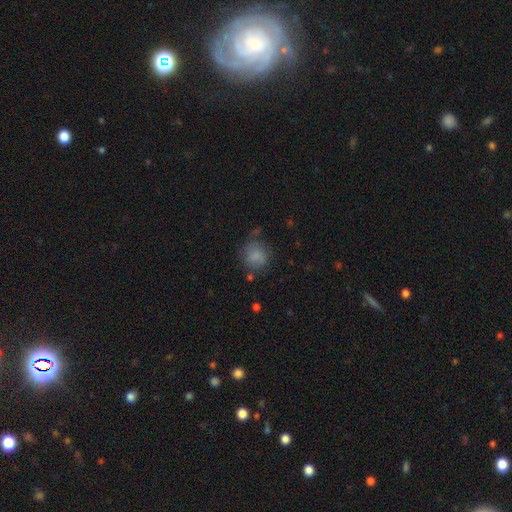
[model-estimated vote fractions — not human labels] A smooth galaxy with no disk features (81%) that is round (81%).

Vote fractions:
- Smooth or featured? smooth: 81% / star or artifact: 10% / featured or disk: 9%
- How rounded? round: 81% / in between: 18% / cigar-shaped: 1%
- Merging? none: 63% / minor disturbance: 22% / major disturbance: 10% / merger: 5%